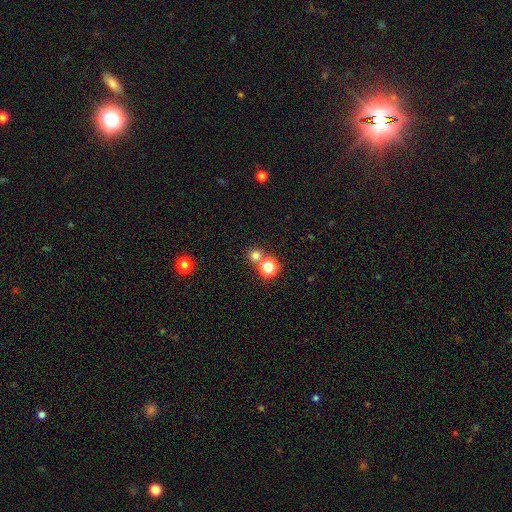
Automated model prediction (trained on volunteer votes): smooth-or-featured: smooth: 71% | star or artifact: 24% | featured or disk: 6%
  how-rounded: round: 91% | in between: 8% | cigar-shaped: 1%
  merging: none: 70% | merger: 21% | minor disturbance: 6% | major disturbance: 3%